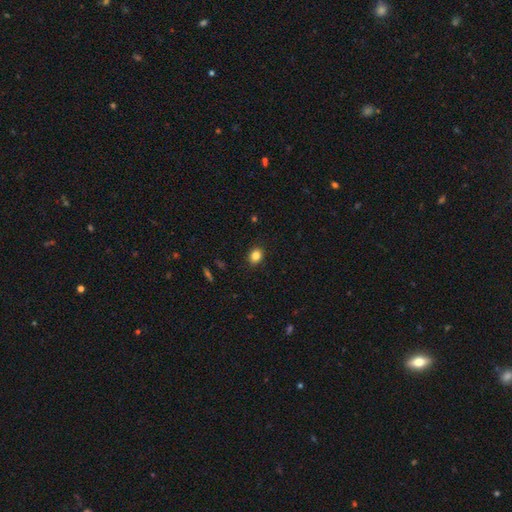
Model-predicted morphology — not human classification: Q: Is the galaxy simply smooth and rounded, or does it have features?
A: smooth — 83%.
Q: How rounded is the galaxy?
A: in between — 50%.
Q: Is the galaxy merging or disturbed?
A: none — 88%.